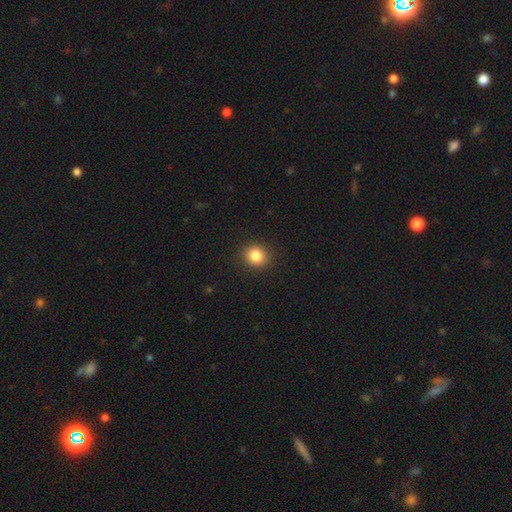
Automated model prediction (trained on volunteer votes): Smooth or featured: smooth — 84% (star or artifact — 11%)
How rounded: round — 80% (in between — 19%)
Merging: none — 91% (minor disturbance — 6%)